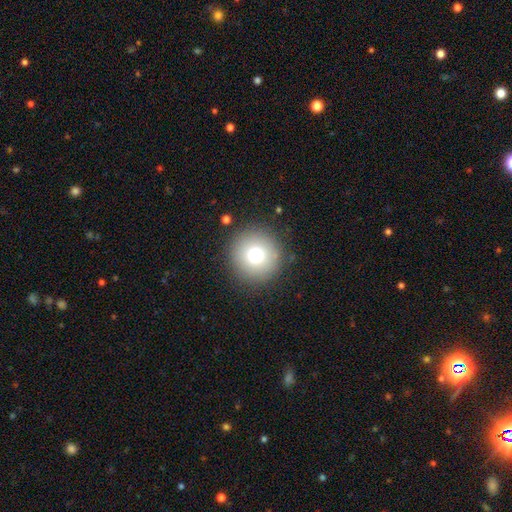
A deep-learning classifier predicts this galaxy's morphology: Smooth or featured: smooth — 73% (star or artifact — 14%)
How rounded: round — 96% (in between — 3%)
Merging: none — 88% (minor disturbance — 7%)